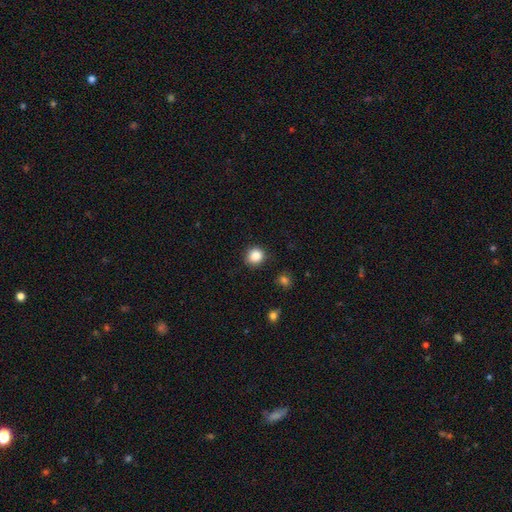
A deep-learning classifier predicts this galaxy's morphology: Smooth or featured?
  - smooth: 86% *
  - star or artifact: 10%
  - featured or disk: 4%
How rounded?
  - round: 87% *
  - in between: 12%
  - cigar-shaped: 1%
Merging?
  - none: 88% *
  - minor disturbance: 8%
  - major disturbance: 2%
  - merger: 2%